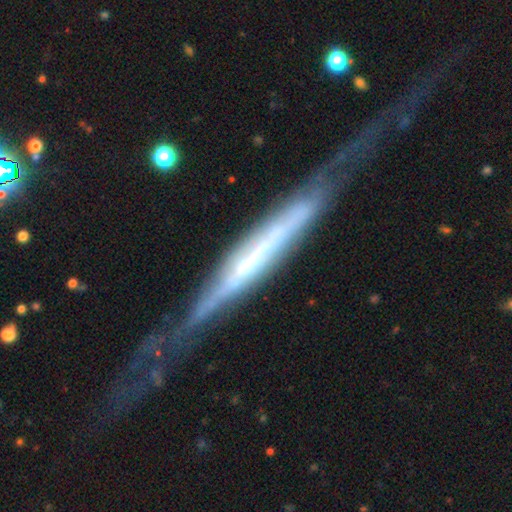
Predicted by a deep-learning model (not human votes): Smooth or featured? featured or disk (80%)
Edge-on disk? yes (86%)
Edge-on bulge? none (52%)
Merging? none (56%)